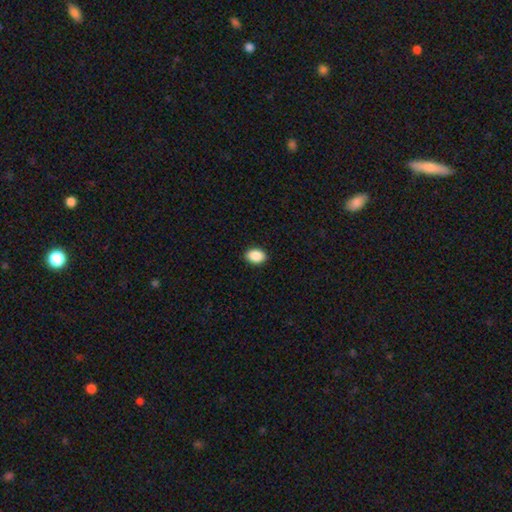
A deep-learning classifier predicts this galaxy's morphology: Smooth or featured?
  - smooth: 89% *
  - star or artifact: 7%
  - featured or disk: 3%
How rounded?
  - in between: 82% *
  - round: 17%
  - cigar-shaped: 1%
Merging?
  - none: 90% *
  - minor disturbance: 8%
  - major disturbance: 2%
  - merger: 1%